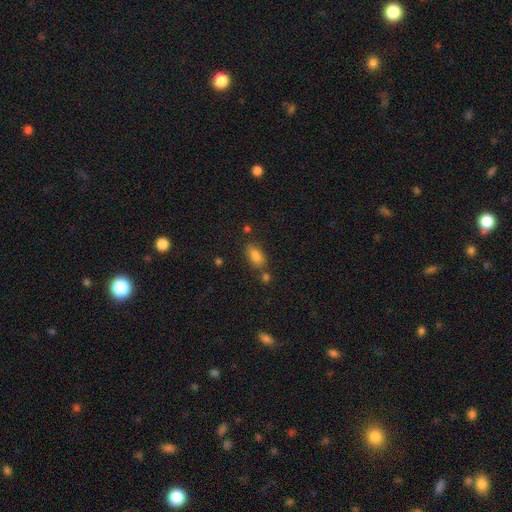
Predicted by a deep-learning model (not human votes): Q: Smooth or featured?
A: smooth (83%); runner-up: star or artifact (10%)
Q: How rounded?
A: in between (87%); runner-up: cigar-shaped (8%)
Q: Merging?
A: none (68%); runner-up: minor disturbance (15%)